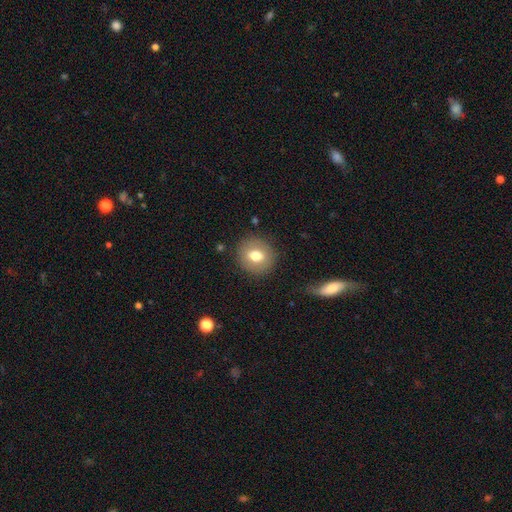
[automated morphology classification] Overall: smooth (72%). How rounded: round (82%). Merging: none (86%).